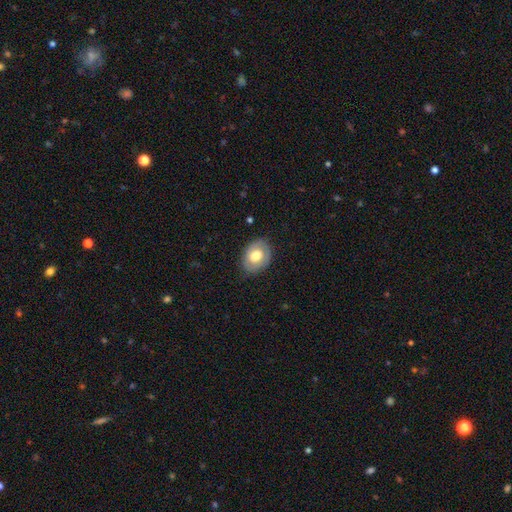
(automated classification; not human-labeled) smooth_or_featured: smooth (p=0.57) [alt: featured or disk p=0.36]
how_rounded: in between (p=0.68) [alt: round p=0.31]
merging: none (p=0.78) [alt: minor disturbance p=0.17]